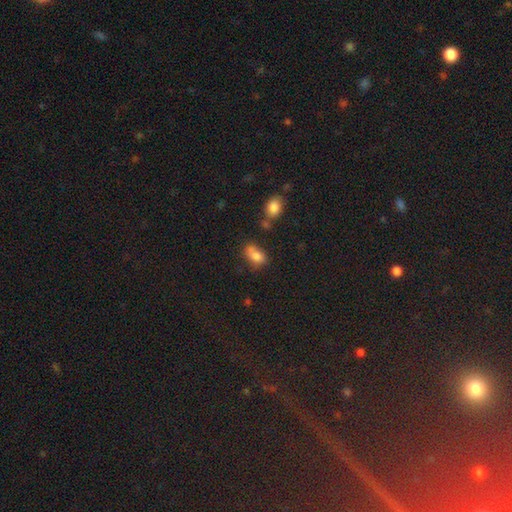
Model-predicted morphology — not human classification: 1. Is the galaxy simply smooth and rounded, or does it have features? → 78% smooth, 11% star or artifact, 11% featured or disk.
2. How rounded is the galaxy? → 84% in between, 13% round, 3% cigar-shaped.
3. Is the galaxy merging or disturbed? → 42% none, 26% minor disturbance, 21% merger, 11% major disturbance.